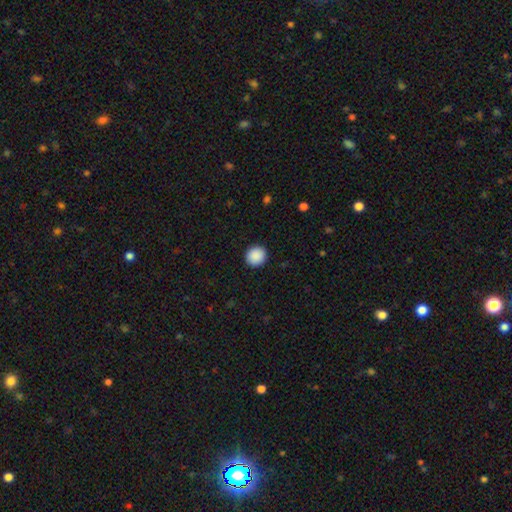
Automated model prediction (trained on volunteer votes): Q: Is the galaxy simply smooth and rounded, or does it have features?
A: smooth — 90%.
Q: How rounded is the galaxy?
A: round — 90%.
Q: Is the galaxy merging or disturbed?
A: none — 92%.